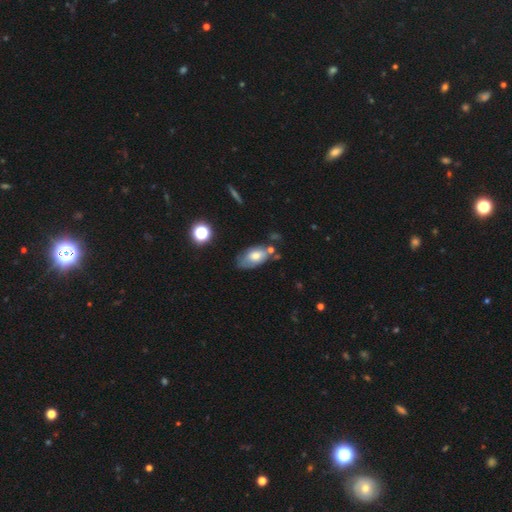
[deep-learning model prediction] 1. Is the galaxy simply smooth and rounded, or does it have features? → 65% smooth, 26% featured or disk, 9% star or artifact.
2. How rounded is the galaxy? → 91% in between, 6% round, 3% cigar-shaped.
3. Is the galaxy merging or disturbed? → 51% none, 29% minor disturbance, 11% merger, 9% major disturbance.